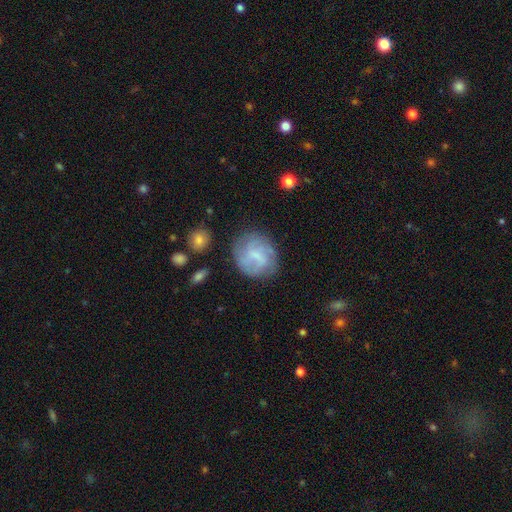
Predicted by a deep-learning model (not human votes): smooth-or-featured: featured or disk: 52% | smooth: 40% | star or artifact: 8%
  disk-edge-on: no: 97% | yes: 3%
    bar: weak: 50% | no: 39% | strong: 11%
    has-spiral-arms: yes: 74% | no: 26%
    bulge-size: small: 39% | none: 36% | moderate: 21% | large: 3% | dominant: 1%
  merging: none: 69% | minor disturbance: 18% | major disturbance: 10% | merger: 3%